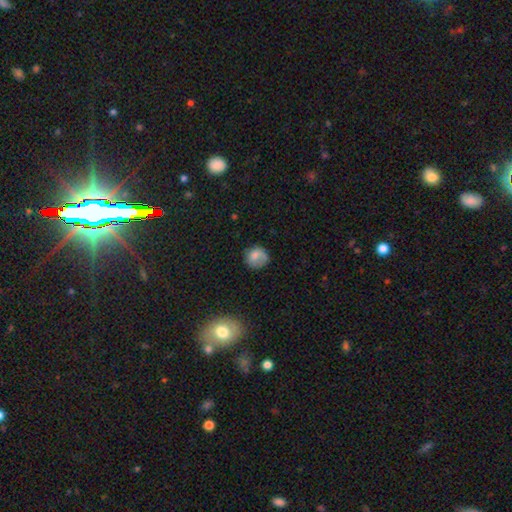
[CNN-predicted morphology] Q: Smooth or featured?
A: smooth (73%); runner-up: featured or disk (18%)
Q: How rounded?
A: round (81%); runner-up: in between (18%)
Q: Merging?
A: none (59%); runner-up: minor disturbance (25%)